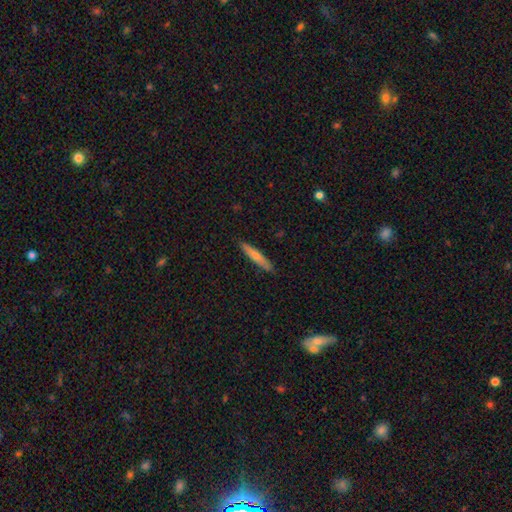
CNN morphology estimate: This is likely a smooth galaxy (66%). How rounded: clearly cigar-shaped (89%). Merging: clearly none (88%).